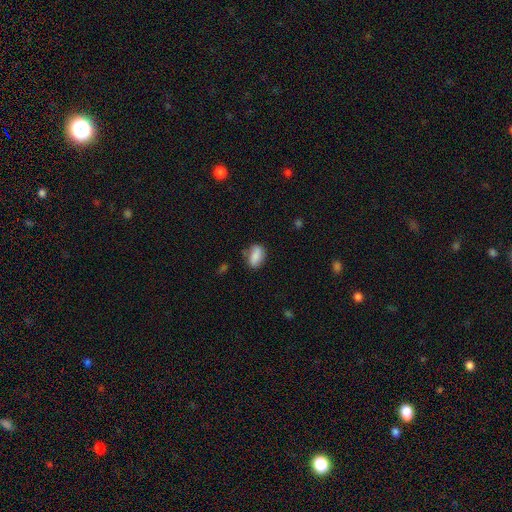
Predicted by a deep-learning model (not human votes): Smooth or featured? smooth (81%)
How rounded? in between (86%)
Merging? none (64%)